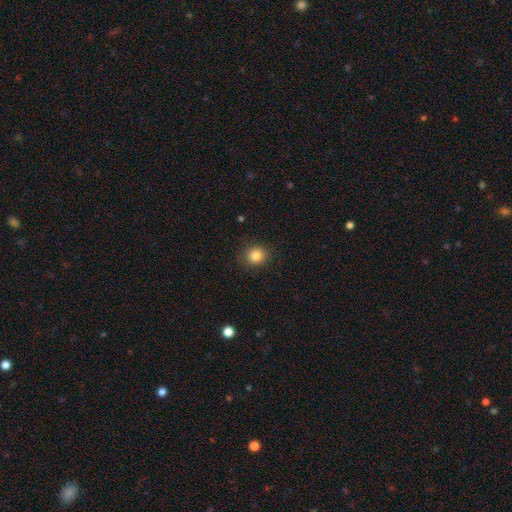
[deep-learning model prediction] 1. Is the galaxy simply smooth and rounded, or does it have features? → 84% smooth, 11% star or artifact, 5% featured or disk.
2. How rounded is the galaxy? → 78% round, 22% in between, 1% cigar-shaped.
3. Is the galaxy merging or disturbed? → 87% none, 9% minor disturbance, 3% major disturbance, 1% merger.